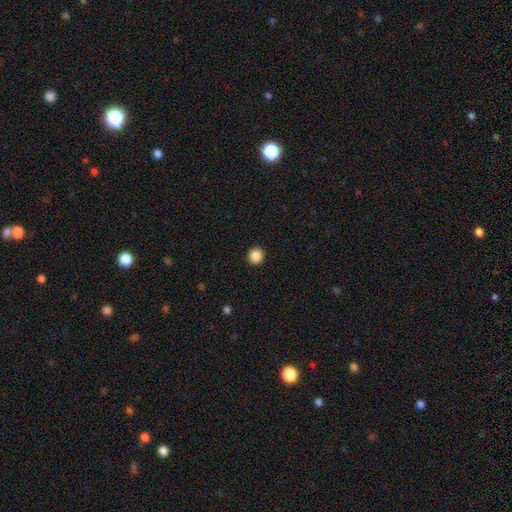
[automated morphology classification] type=smooth (87%); roundness=round (93%); merging=none (93%).